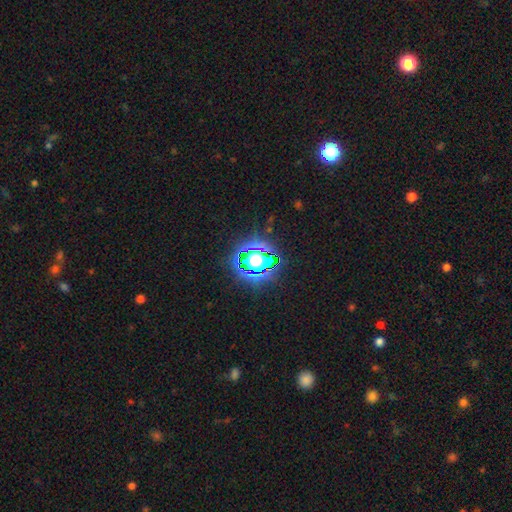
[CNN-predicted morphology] Overall: star or artifact (59%; smooth 28%).